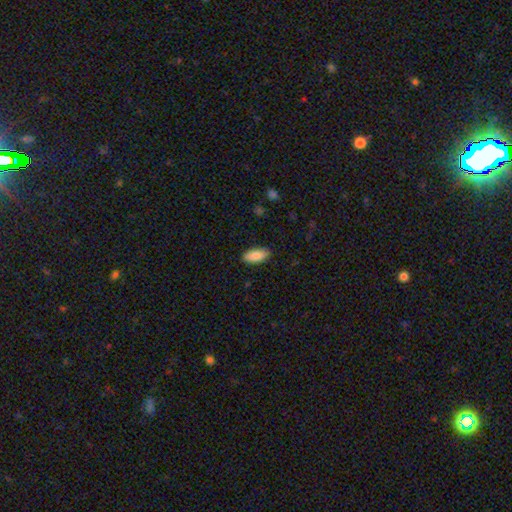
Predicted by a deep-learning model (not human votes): smooth 88%, featured or disk 6%, star or artifact 6%. Down the decision tree: how rounded — in between (87%); merging — none (87%).